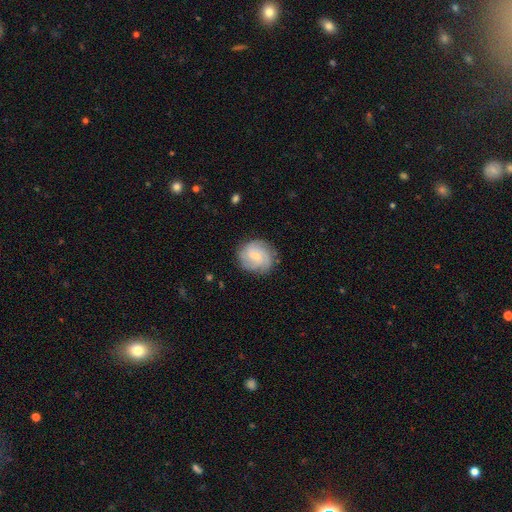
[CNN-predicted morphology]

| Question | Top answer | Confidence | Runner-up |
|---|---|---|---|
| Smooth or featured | featured or disk | 63% | smooth (30%) |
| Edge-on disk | no | 98% | yes (2%) |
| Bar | no | 55% | weak (40%) |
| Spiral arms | yes | 92% | no (8%) |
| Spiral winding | tight | 48% | medium (39%) |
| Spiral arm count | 3 | 33% | can't tell (25%) |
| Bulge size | small | 60% | moderate (35%) |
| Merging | none | 81% | minor disturbance (14%) |